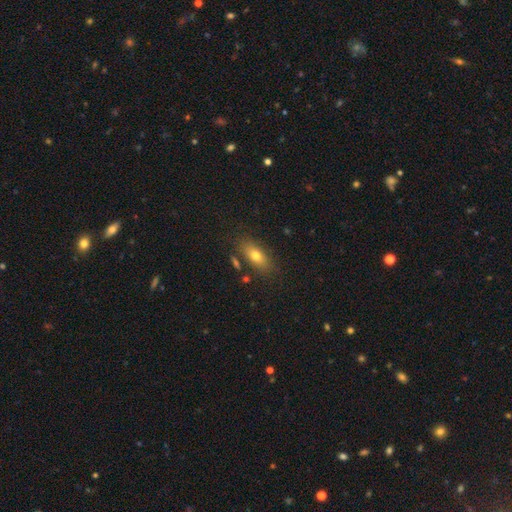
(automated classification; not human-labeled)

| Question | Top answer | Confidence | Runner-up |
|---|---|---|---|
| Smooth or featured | smooth | 73% | featured or disk (18%) |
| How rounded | in between | 80% | cigar-shaped (14%) |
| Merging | none | 78% | minor disturbance (13%) |